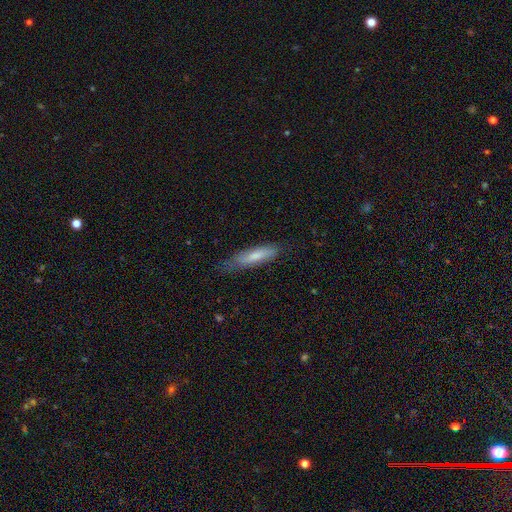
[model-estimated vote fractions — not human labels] Morphology: type=smooth (72%); roundness=cigar-shaped (75%); merging=none (65%).